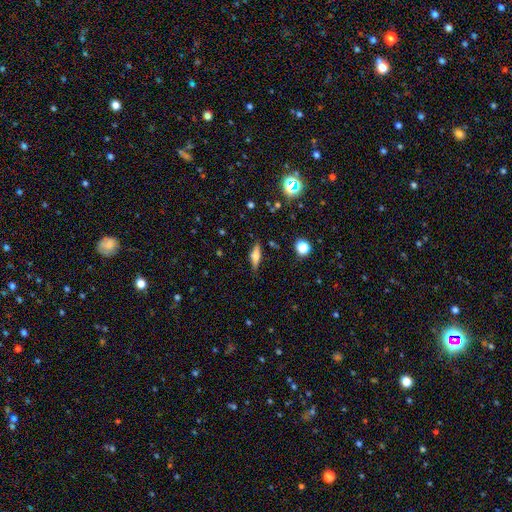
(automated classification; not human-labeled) featured or disk 45%, smooth 44%, star or artifact 11%. Down the decision tree: merging — none (80%).